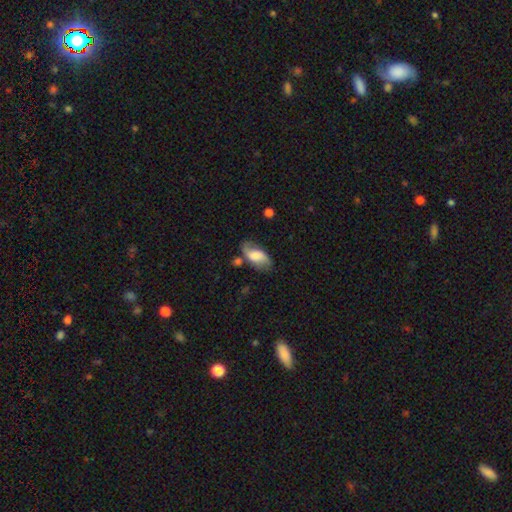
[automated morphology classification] Overall: featured or disk (47%; smooth 45%). Merging: none (57%; minor disturbance 25%).